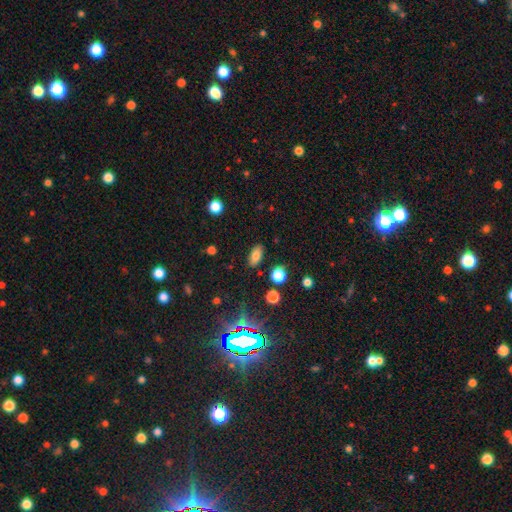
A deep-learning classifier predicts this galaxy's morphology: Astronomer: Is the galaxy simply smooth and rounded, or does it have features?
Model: smooth — 77%.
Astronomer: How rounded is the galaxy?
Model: in between — 88%.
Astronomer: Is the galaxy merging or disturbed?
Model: none — 85%.